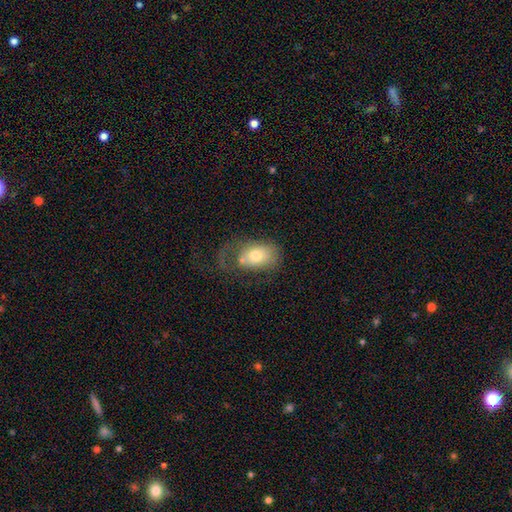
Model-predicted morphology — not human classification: The model was most divided on "merging": major disturbance: 39%, none: 30%, minor disturbance: 21%, merger: 10%. More confident: how rounded — in between (83%); smooth or featured — smooth (65%).